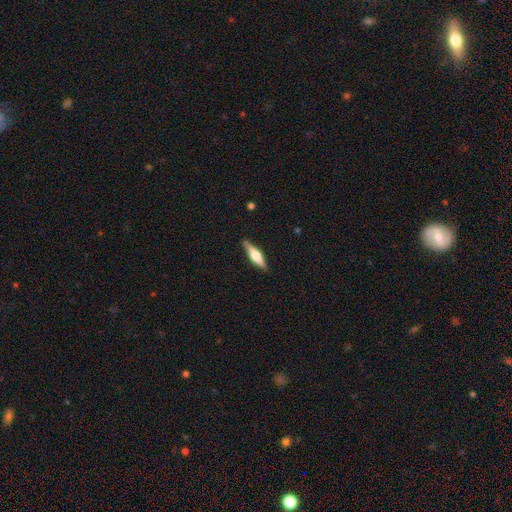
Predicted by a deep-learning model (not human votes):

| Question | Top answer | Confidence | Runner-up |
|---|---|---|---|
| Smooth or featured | featured or disk | 57% | smooth (37%) |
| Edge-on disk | yes | 95% | no (5%) |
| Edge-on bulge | rounded | 86% | boxy (11%) |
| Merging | none | 86% | minor disturbance (11%) |